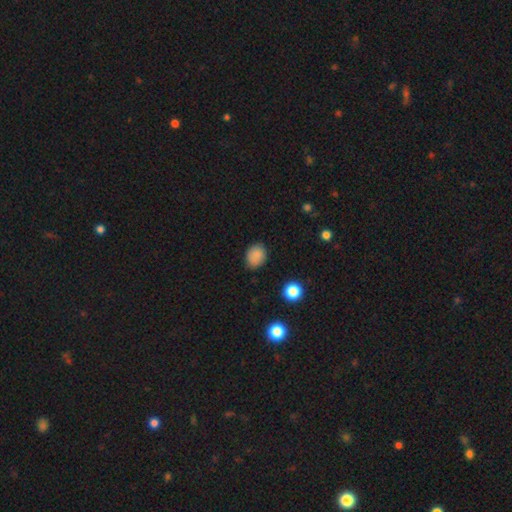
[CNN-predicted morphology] Q: Smooth or featured?
A: smooth (86%); runner-up: star or artifact (10%)
Q: How rounded?
A: in between (57%); runner-up: round (42%)
Q: Merging?
A: none (84%); runner-up: minor disturbance (12%)